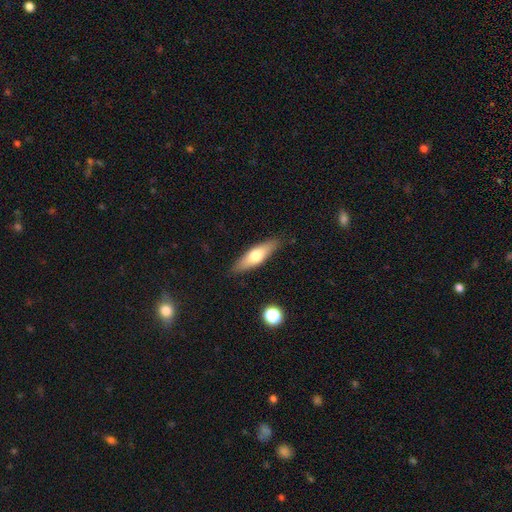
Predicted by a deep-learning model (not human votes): This appears to be a smooth galaxy with no disk features (59%) that is cigar-shaped (56%). Merging: none (86%).